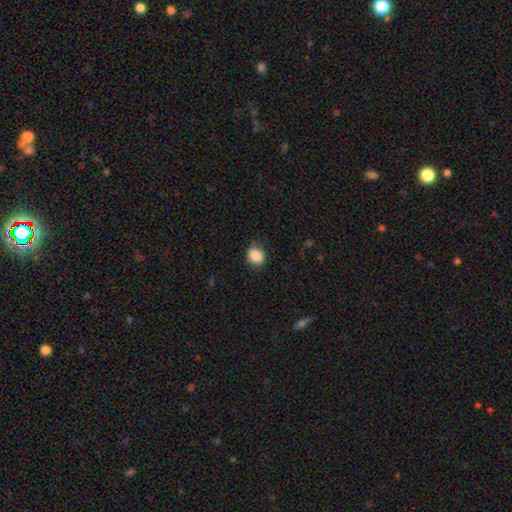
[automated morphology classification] type=smooth (87%); roundness=round (63%); merging=none (70%).